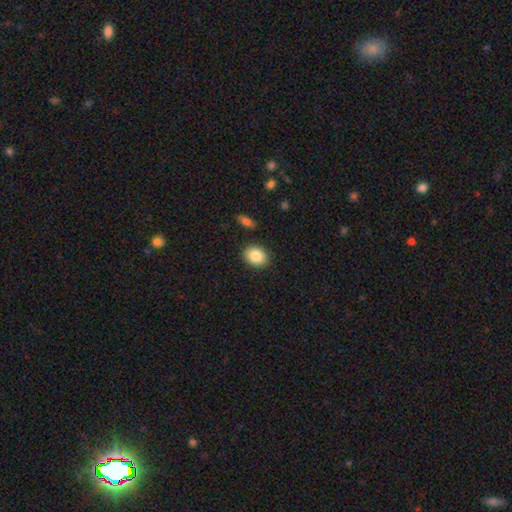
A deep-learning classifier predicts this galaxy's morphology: Q: Smooth or featured?
A: smooth (85%); runner-up: star or artifact (8%)
Q: How rounded?
A: in between (55%); runner-up: round (44%)
Q: Merging?
A: none (88%); runner-up: minor disturbance (8%)